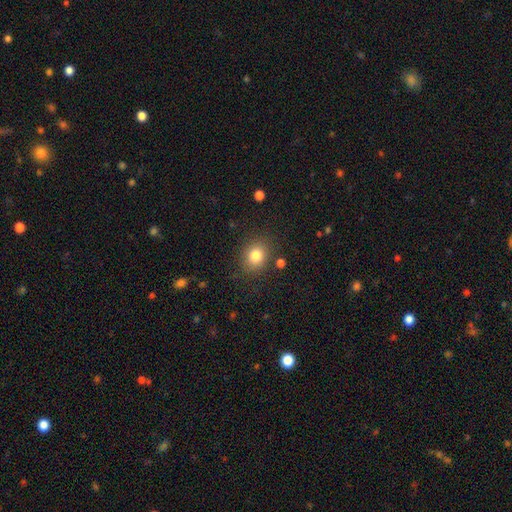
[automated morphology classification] Overall: smooth (82%). How rounded: round (63%; in between 36%). Merging: none (83%).